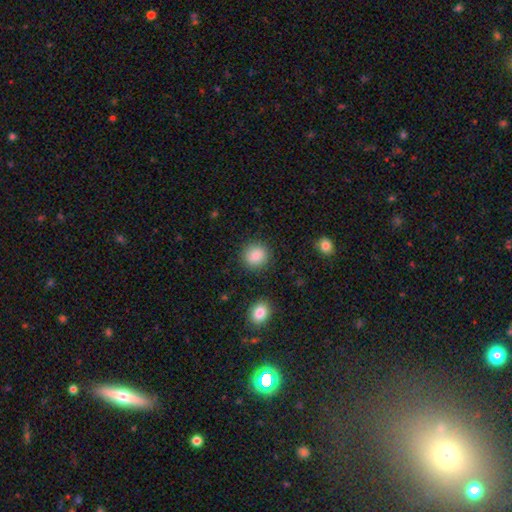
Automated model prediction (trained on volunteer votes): Smooth or featured?
  - smooth: 87% *
  - star or artifact: 8%
  - featured or disk: 4%
How rounded?
  - round: 88% *
  - in between: 11%
  - cigar-shaped: 1%
Merging?
  - none: 88% *
  - minor disturbance: 7%
  - major disturbance: 3%
  - merger: 2%